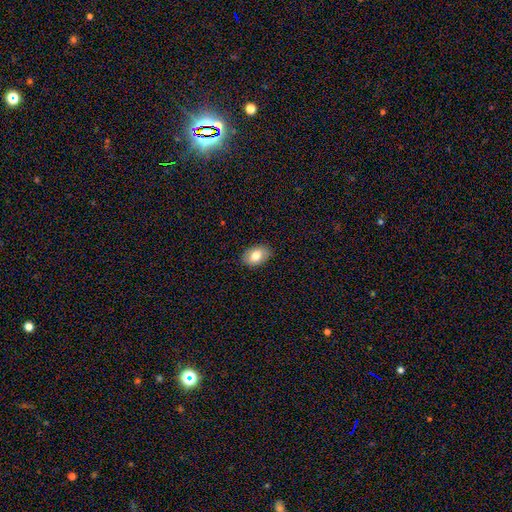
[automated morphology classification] Smooth or featured? smooth (79%)
How rounded? in between (85%)
Merging? none (87%)